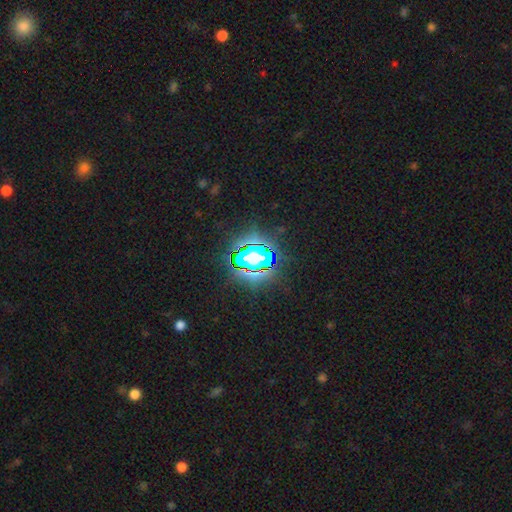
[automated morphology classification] Smooth or featured? Predicted: star or artifact (p=0.77).